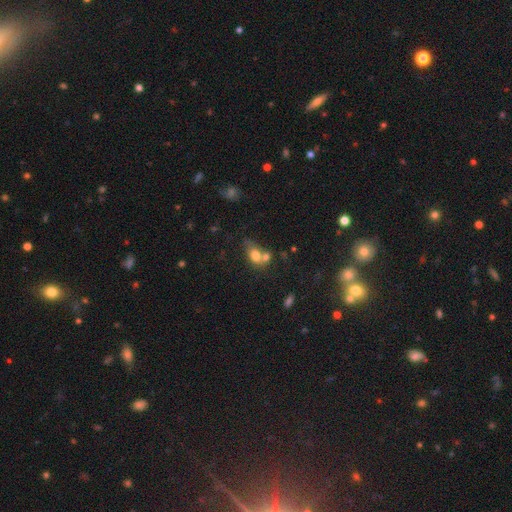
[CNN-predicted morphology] type=smooth (73%); roundness=in between (69%); merging=merger (52%).